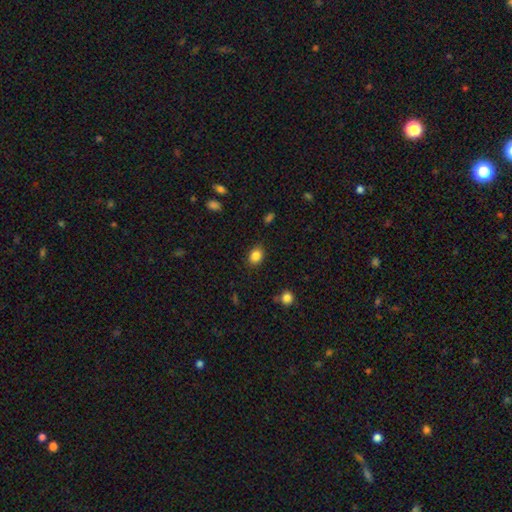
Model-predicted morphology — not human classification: This appears to be a smooth galaxy with no disk features (85%) that is in between round and cigar-shaped (55%). Merging: none (85%).